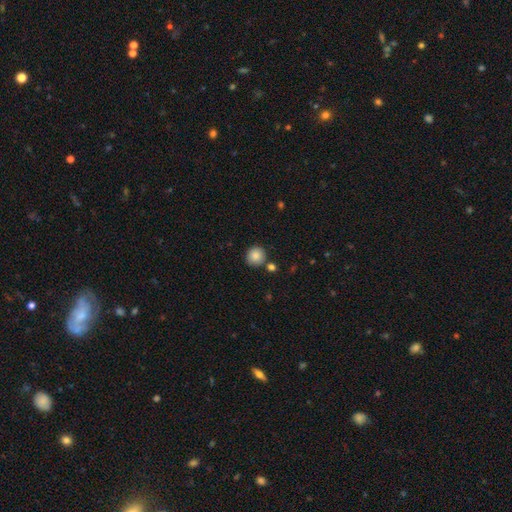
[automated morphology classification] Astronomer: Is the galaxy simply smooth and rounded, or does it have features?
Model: smooth — 85%.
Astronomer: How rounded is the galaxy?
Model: round — 92%.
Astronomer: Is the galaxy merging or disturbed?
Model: none — 81%.